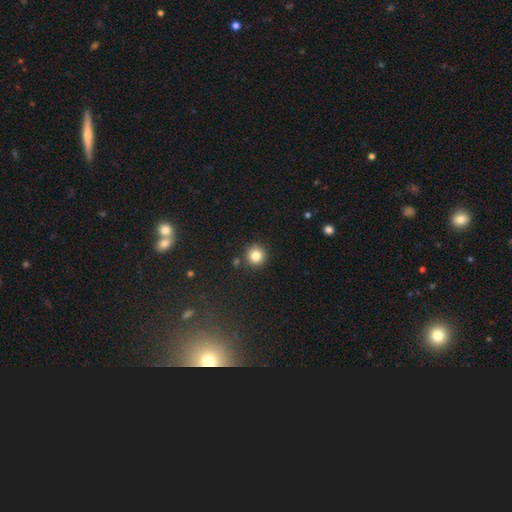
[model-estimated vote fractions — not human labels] smooth-or-featured: smooth: 83% | star or artifact: 11% | featured or disk: 6%
  how-rounded: round: 94% | in between: 5% | cigar-shaped: 1%
  merging: none: 86% | minor disturbance: 7% | merger: 4% | major disturbance: 2%